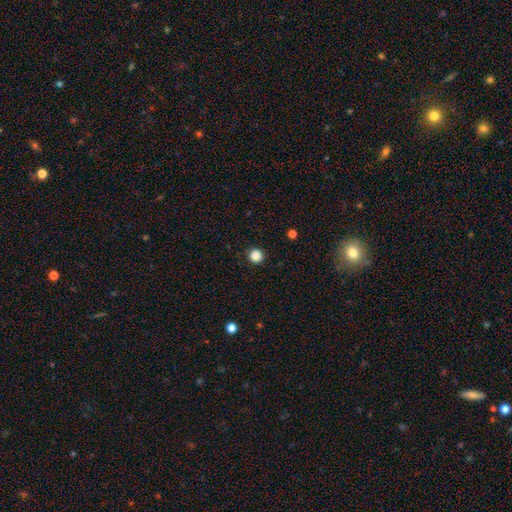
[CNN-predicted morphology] A smooth galaxy with no disk features (87%) that is round (96%).

Vote fractions:
- Smooth or featured? smooth: 87% / star or artifact: 11% / featured or disk: 3%
- How rounded? round: 96% / in between: 3% / cigar-shaped: 1%
- Merging? none: 93% / minor disturbance: 5% / major disturbance: 2% / merger: 1%